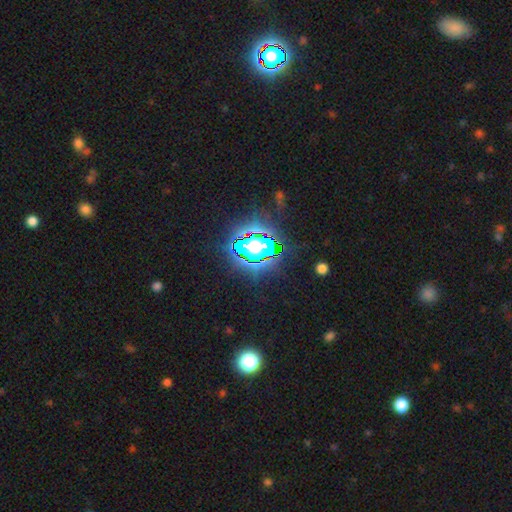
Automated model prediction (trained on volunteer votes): Q: Smooth or featured?
A: star or artifact (80%); runner-up: smooth (12%)